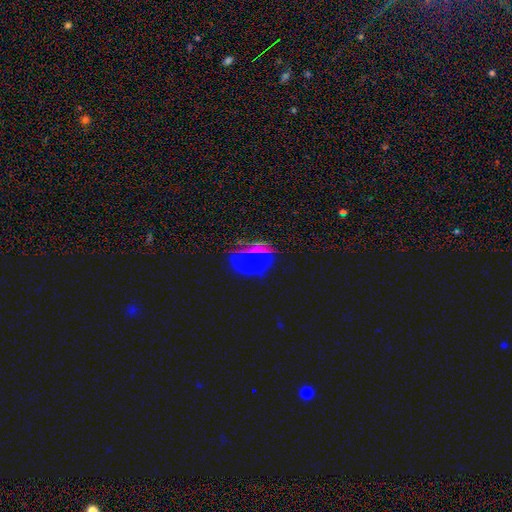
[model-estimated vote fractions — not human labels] Smooth or featured?
  - star or artifact: 45% *
  - smooth: 32%
  - featured or disk: 23%